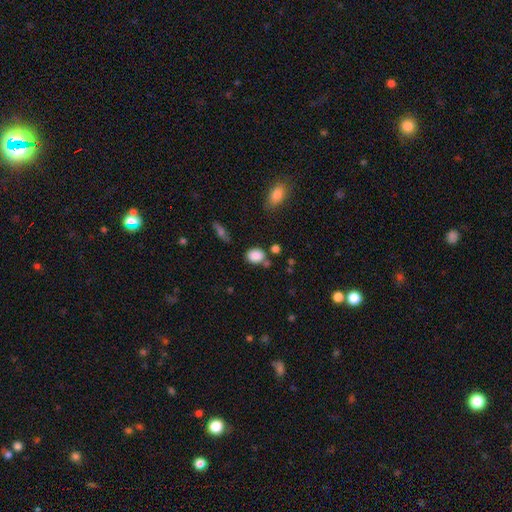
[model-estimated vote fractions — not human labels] Smooth or featured? Predicted: smooth (p=0.86). How rounded? Predicted: in between (p=0.61). Merging? Predicted: none (p=0.66).